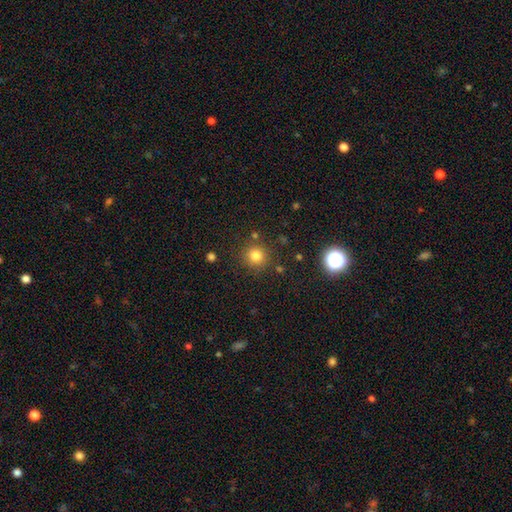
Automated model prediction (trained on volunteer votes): Overall: smooth (80%). How rounded: round (92%). Merging: none (84%).